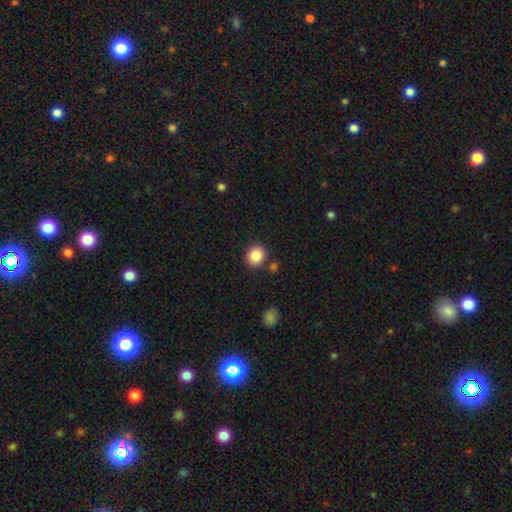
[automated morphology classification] Smooth or featured: smooth — 86% (star or artifact — 9%)
How rounded: round — 82% (in between — 17%)
Merging: none — 83% (minor disturbance — 8%)